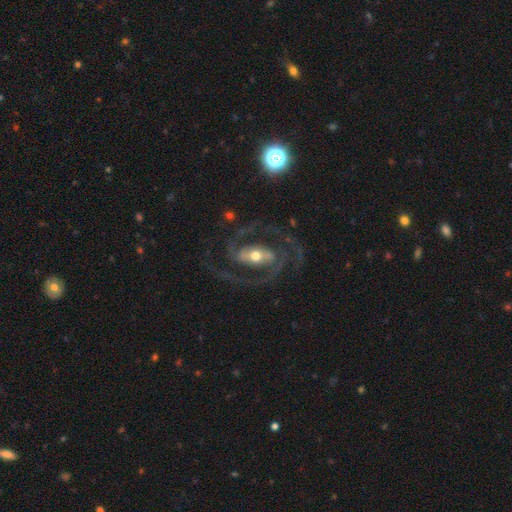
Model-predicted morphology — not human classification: This appears to be a featured or disk galaxy (91%) with a strong bar (47%), 2 (78%) medium (58%) spiral arms (97%) and a moderate central bulge (66%). Merging: none (75%).